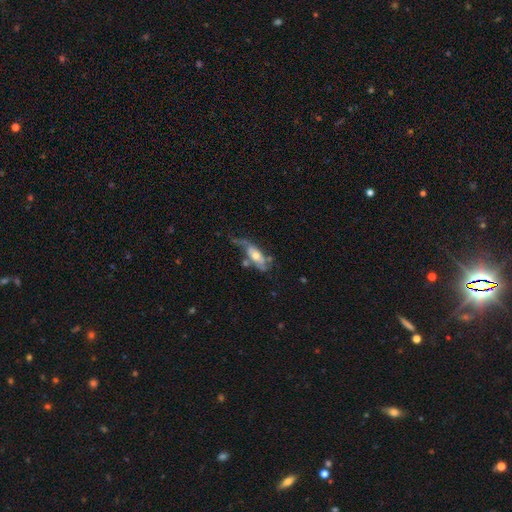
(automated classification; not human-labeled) A featured or disk galaxy (55%).

Vote fractions:
- Smooth or featured? featured or disk: 55% / smooth: 39% / star or artifact: 7%
- Edge-on disk? no: 76% / yes: 24%
- Merging? none: 30% (tied) / major disturbance: 30% (tied) / minor disturbance: 27% / merger: 14%